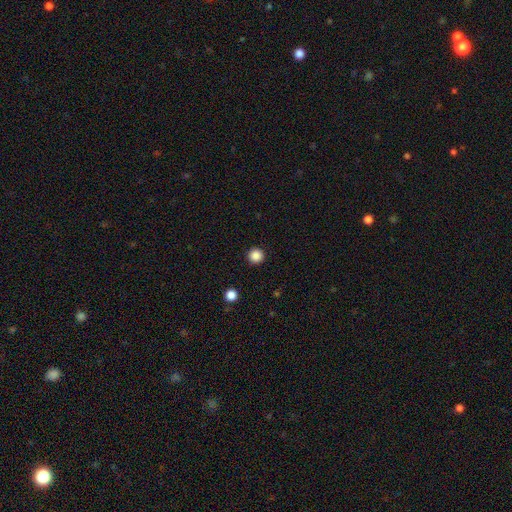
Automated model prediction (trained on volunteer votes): Smooth or featured? Predicted: smooth (p=0.87). How rounded? Predicted: round (p=0.96). Merging? Predicted: none (p=0.93).